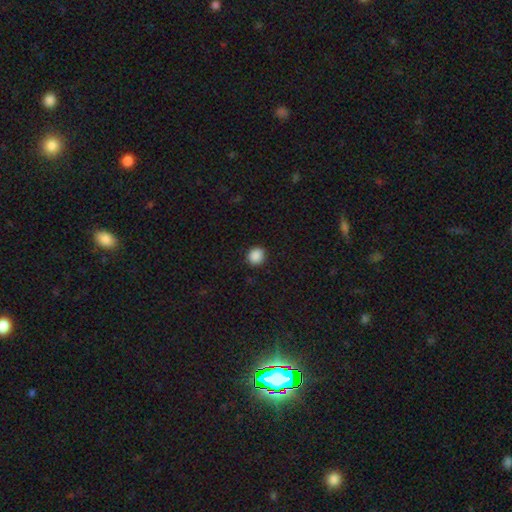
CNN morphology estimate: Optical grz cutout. It shows a smooth galaxy with no disk features (88%) that is round (85%). Merging: none (91%).